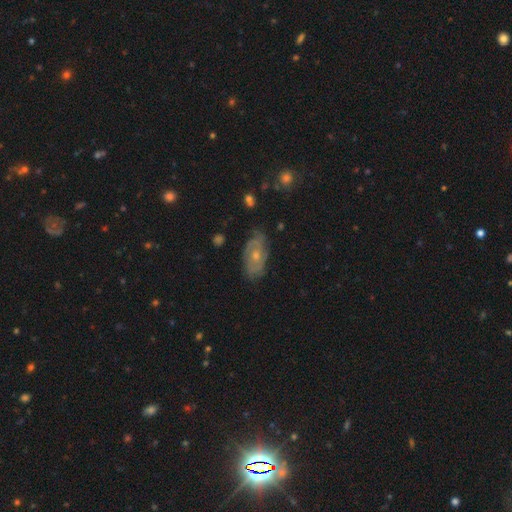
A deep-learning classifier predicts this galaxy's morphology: This is likely a featured or disk galaxy (63%). It is clearly not viewed edge-on (91%). Bar: clearly no (81%). Spiral arm pattern: likely yes (76%). Central bulge: possibly small (48%, tied with moderate). Merging: likely none (73%).